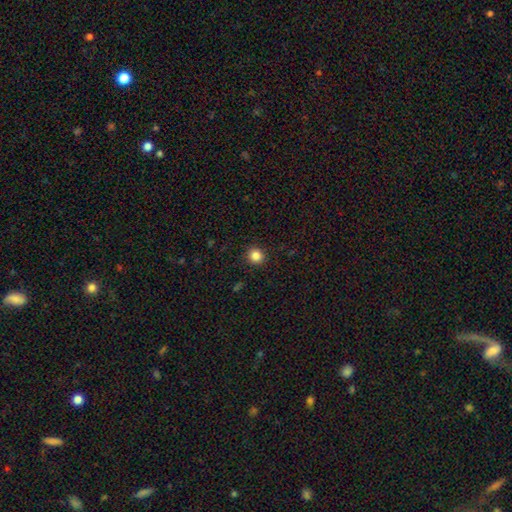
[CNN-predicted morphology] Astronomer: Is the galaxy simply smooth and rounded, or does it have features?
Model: smooth — 85%.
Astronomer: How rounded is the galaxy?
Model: round — 92%.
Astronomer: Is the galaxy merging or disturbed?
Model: none — 92%.